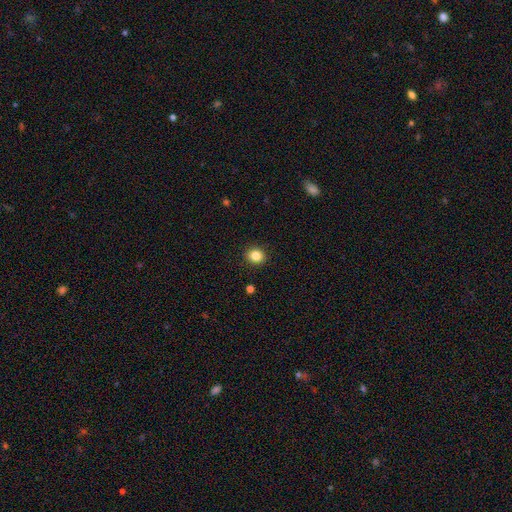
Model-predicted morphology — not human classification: Smooth or featured? Predicted: smooth (p=0.84). How rounded? Predicted: round (p=0.76). Merging? Predicted: none (p=0.91).